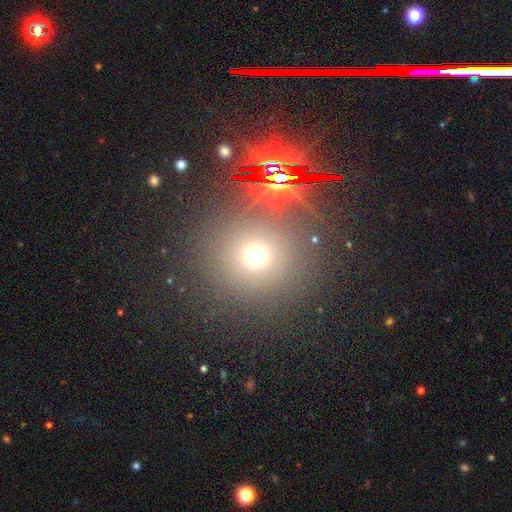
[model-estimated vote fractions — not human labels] smooth 59%, star or artifact 32%, featured or disk 9%. Down the decision tree: how rounded — round (93%); merging — none (84%).